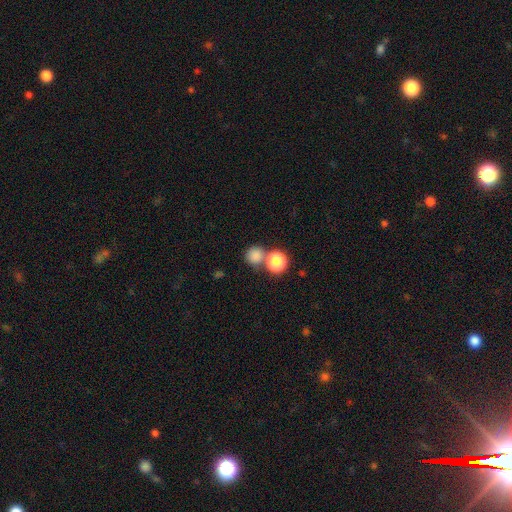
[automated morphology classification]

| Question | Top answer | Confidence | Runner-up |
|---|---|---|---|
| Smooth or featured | smooth | 80% | star or artifact (14%) |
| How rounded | round | 88% | in between (11%) |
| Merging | none | 57% | merger (33%) |